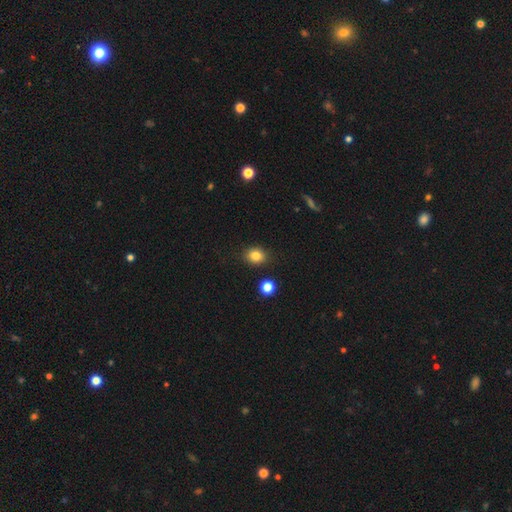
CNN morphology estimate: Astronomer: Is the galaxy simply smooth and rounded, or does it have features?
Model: smooth — 82%.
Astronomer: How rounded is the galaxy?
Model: round — 60% (runner-up: in between, 39%).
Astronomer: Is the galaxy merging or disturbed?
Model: none — 86%.